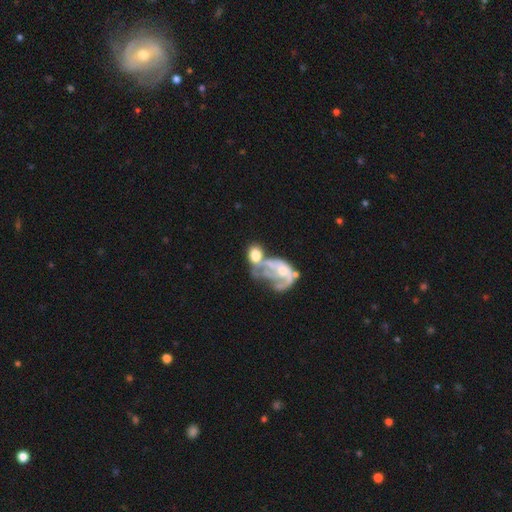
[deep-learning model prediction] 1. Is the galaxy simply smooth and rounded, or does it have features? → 48% featured or disk, 42% smooth, 10% star or artifact.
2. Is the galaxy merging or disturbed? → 56% merger, 23% major disturbance, 13% none, 9% minor disturbance.